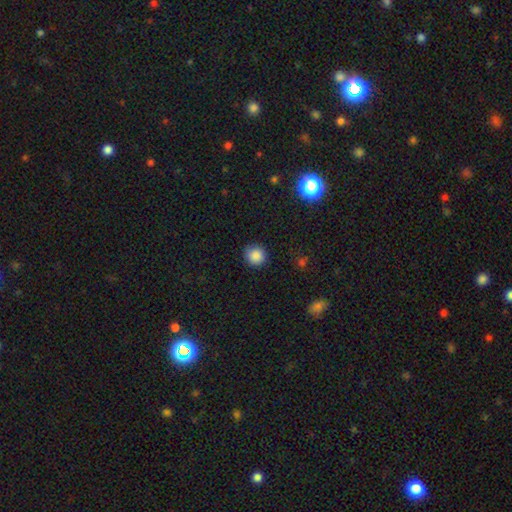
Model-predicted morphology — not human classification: Smooth or featured? Predicted: smooth (p=0.86). How rounded? Predicted: round (p=0.93). Merging? Predicted: none (p=0.86).